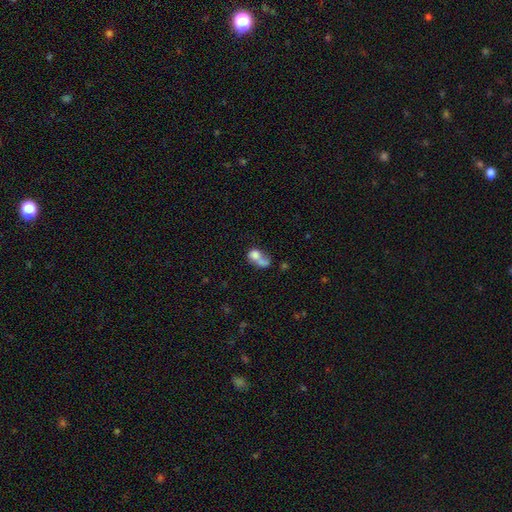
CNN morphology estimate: smooth-or-featured: smooth: 68% | featured or disk: 22% | star or artifact: 10%
  how-rounded: in between: 55% | round: 42% | cigar-shaped: 3%
  merging: merger: 55% | none: 19% | major disturbance: 16% | minor disturbance: 10%